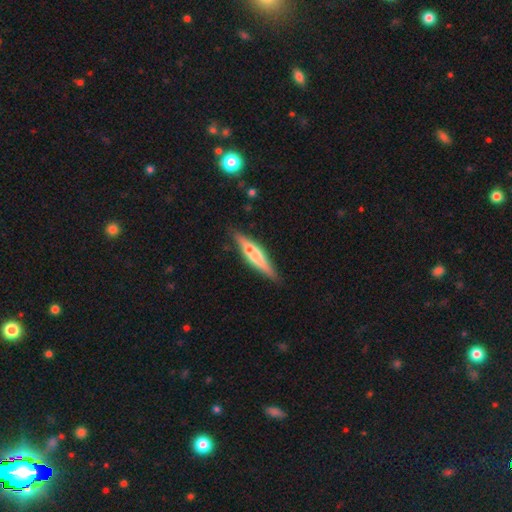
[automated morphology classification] Smooth or featured? featured or disk (52%)
Edge-on disk? yes (92%)
Merging? none (75%)